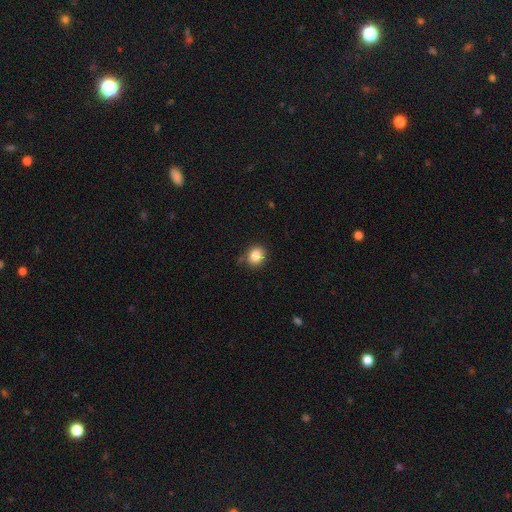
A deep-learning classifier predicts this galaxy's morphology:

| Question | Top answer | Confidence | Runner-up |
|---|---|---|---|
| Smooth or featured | smooth | 85% | star or artifact (10%) |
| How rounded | round | 78% | in between (21%) |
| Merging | none | 80% | minor disturbance (13%) |